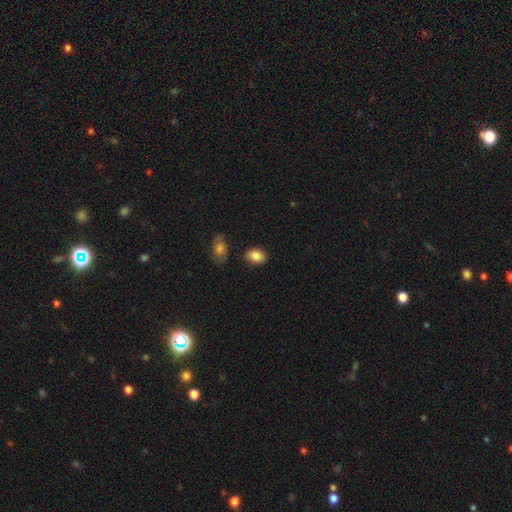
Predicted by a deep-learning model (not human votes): Smooth or featured: smooth — 86% (star or artifact — 8%)
How rounded: in between — 73% (round — 26%)
Merging: none — 84% (minor disturbance — 10%)